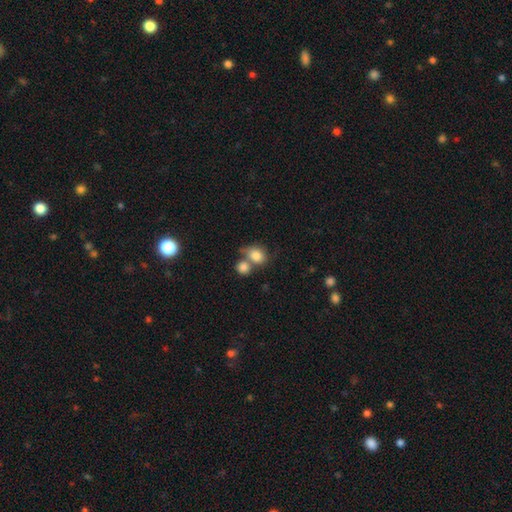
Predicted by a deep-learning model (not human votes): Overall: smooth (83%). How rounded: in between (52%; round 46%). Merging: merger (49%; none 34%).